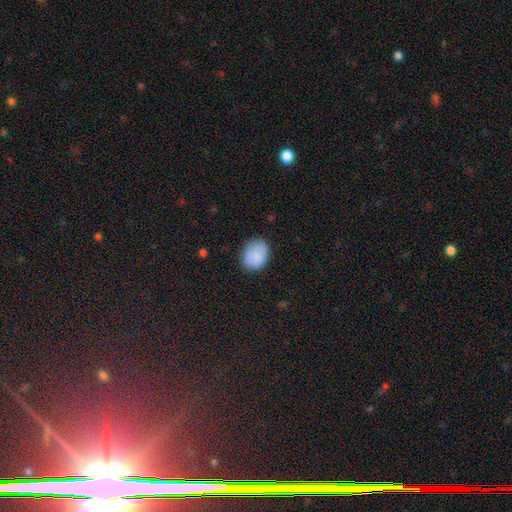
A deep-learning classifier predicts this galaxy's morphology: Smooth or featured? Predicted: smooth (p=0.86). How rounded? Predicted: in between (p=0.59). Merging? Predicted: none (p=0.78).